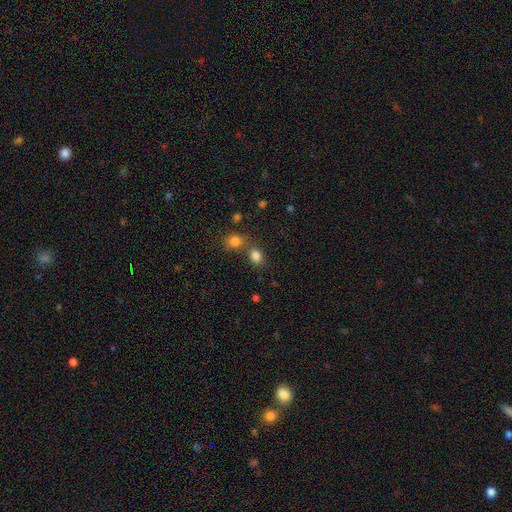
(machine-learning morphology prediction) Smooth or featured: smooth — 82% (star or artifact — 12%)
How rounded: in between — 54% (round — 45%)
Merging: none — 55% (merger — 31%)